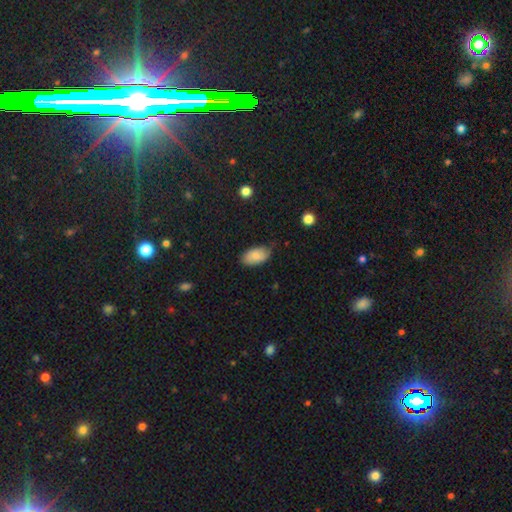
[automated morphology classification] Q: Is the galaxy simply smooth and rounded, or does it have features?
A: smooth — 83%.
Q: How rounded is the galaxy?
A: in between — 94%.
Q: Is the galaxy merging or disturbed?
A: none — 72%.